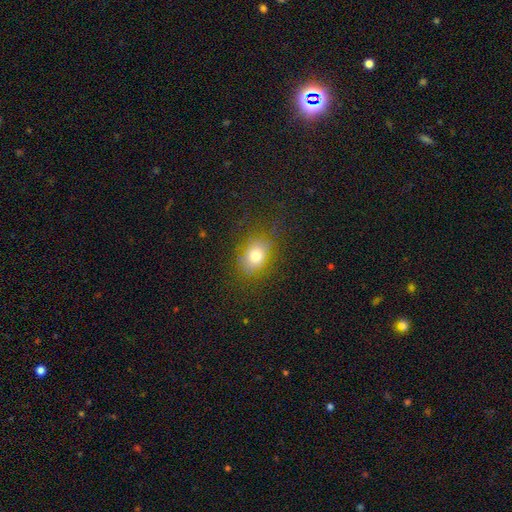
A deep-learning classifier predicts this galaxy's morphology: smooth_or_featured: smooth (p=0.74) [alt: featured or disk p=0.14]
how_rounded: in between (p=0.65) [alt: round p=0.34]
merging: none (p=0.73) [alt: minor disturbance p=0.17]